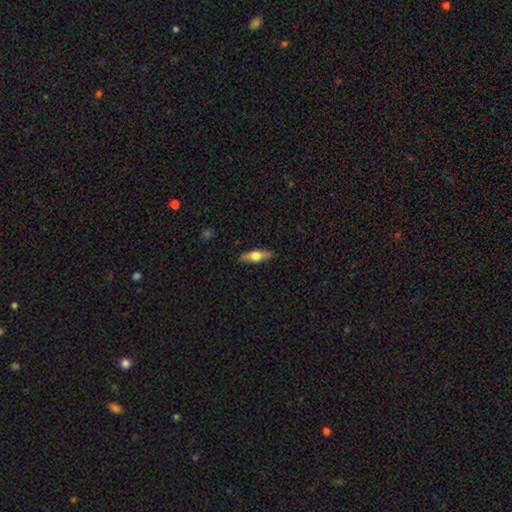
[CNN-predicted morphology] Q: Smooth or featured?
A: smooth (51%); runner-up: featured or disk (43%)
Q: How rounded?
A: in between (51%); runner-up: cigar-shaped (46%)
Q: Merging?
A: none (87%); runner-up: minor disturbance (10%)